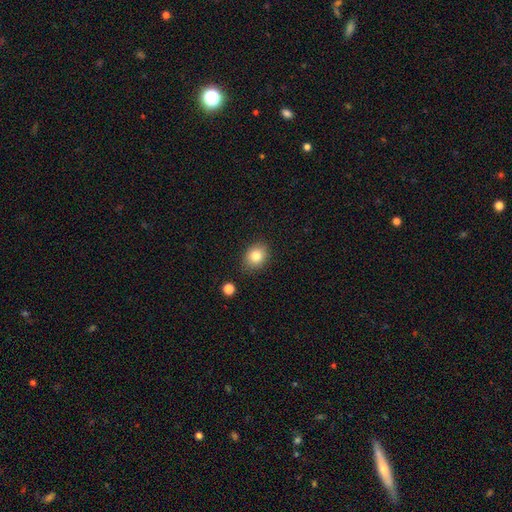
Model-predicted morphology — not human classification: This is clearly a smooth galaxy (81%). How rounded: possibly round (56%). Merging: clearly none (85%).